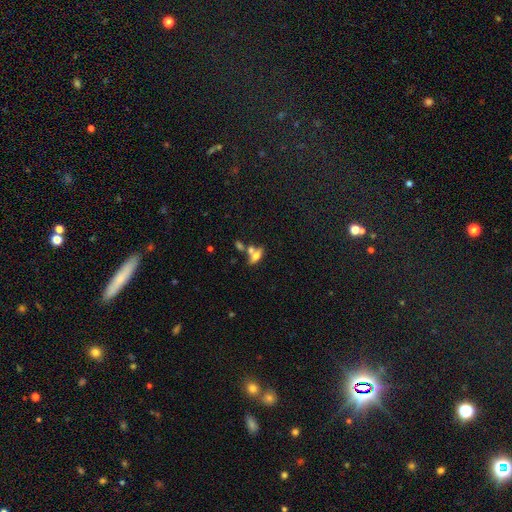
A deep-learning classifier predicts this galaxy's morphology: This is possibly a smooth galaxy (60%). How rounded: likely in between (76%). Merging: marginally none (44%).